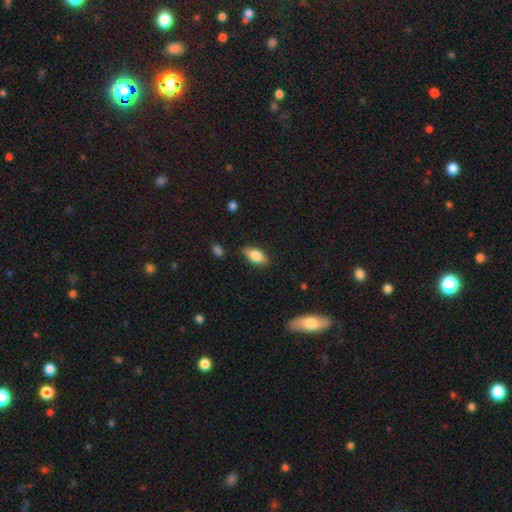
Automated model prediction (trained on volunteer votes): Smooth or featured? smooth (77%)
How rounded? in between (87%)
Merging? none (80%)